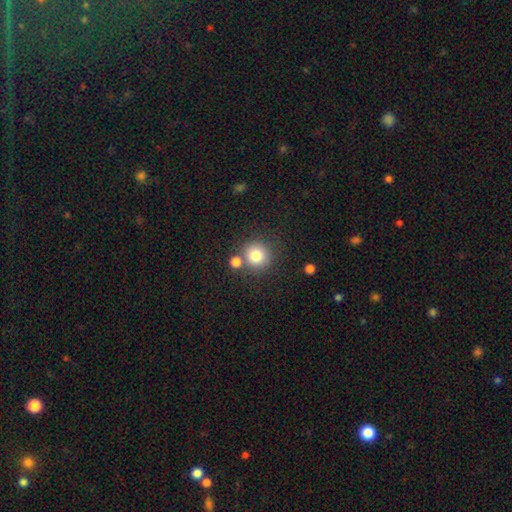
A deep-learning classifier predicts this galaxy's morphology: Q: Smooth or featured?
A: smooth (81%); runner-up: star or artifact (11%)
Q: How rounded?
A: round (93%); runner-up: in between (6%)
Q: Merging?
A: none (71%); runner-up: merger (17%)